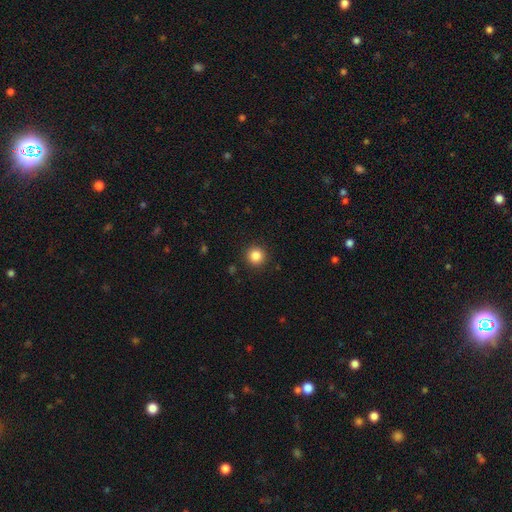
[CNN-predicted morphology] Smooth or featured?
  - smooth: 85% *
  - star or artifact: 11%
  - featured or disk: 4%
How rounded?
  - round: 95% *
  - in between: 4%
  - cigar-shaped: 1%
Merging?
  - none: 92% *
  - minor disturbance: 5%
  - major disturbance: 2%
  - merger: 1%